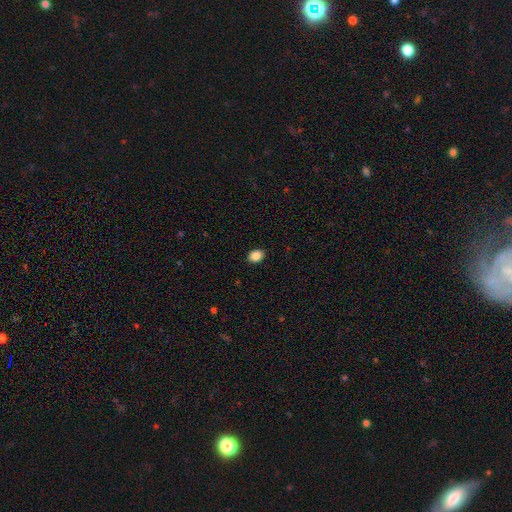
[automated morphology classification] Smooth or featured?
  - smooth: 87% *
  - star or artifact: 8%
  - featured or disk: 5%
How rounded?
  - in between: 70% *
  - round: 29%
  - cigar-shaped: 1%
Merging?
  - none: 90% *
  - minor disturbance: 7%
  - major disturbance: 2%
  - merger: 1%